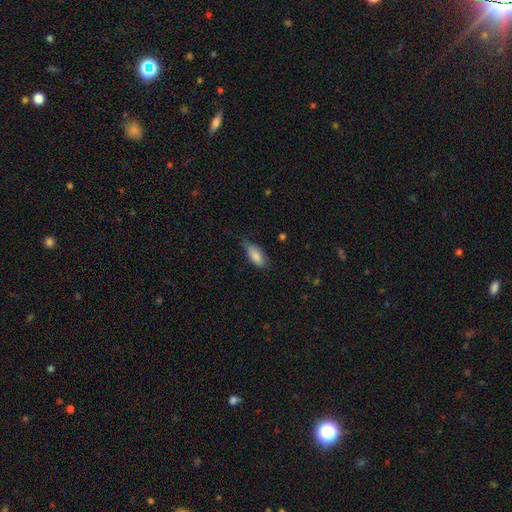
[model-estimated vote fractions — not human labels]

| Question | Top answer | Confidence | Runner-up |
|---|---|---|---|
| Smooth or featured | smooth | 86% | featured or disk (8%) |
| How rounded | in between | 88% | cigar-shaped (9%) |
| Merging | none | 52% | minor disturbance (38%) |